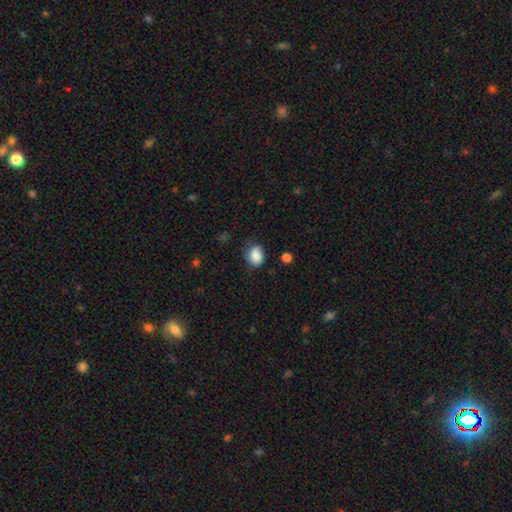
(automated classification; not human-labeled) A smooth galaxy with no disk features (86%) that is in between round and cigar-shaped (59%).

Vote fractions:
- Smooth or featured? smooth: 86% / star or artifact: 8% / featured or disk: 6%
- How rounded? in between: 59% / round: 40% / cigar-shaped: 1%
- Merging? none: 65% / minor disturbance: 26% / major disturbance: 7% / merger: 2%